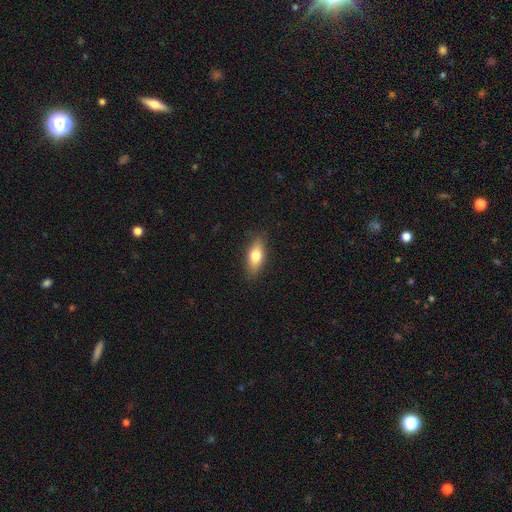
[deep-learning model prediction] Smooth or featured: smooth — 74% (featured or disk — 19%)
How rounded: in between — 75% (cigar-shaped — 21%)
Merging: none — 85% (minor disturbance — 12%)